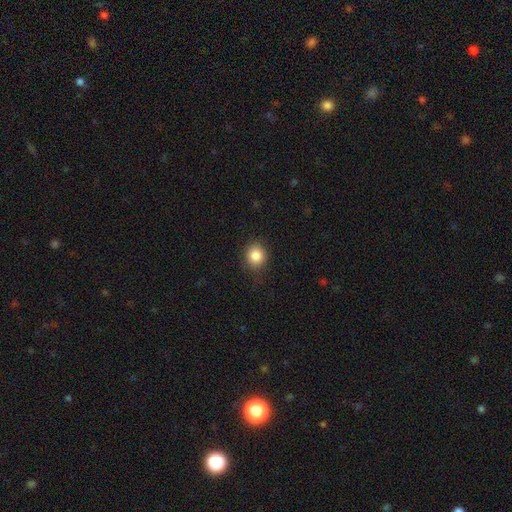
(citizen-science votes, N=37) This is clearly a smooth galaxy (86%). How rounded: likely round (75%). Merging: clearly none (91%).